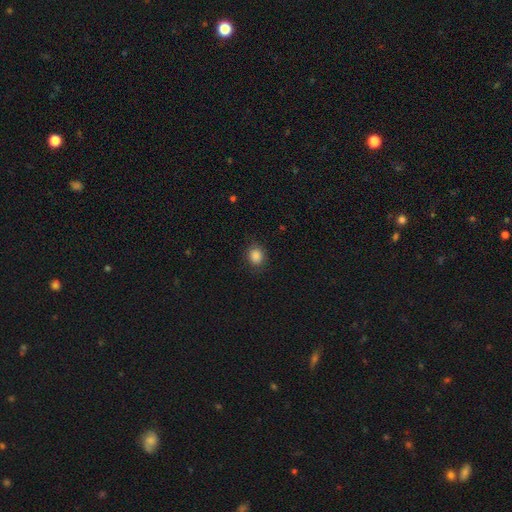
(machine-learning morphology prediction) Smooth or featured? smooth (85%)
How rounded? round (66%)
Merging? none (84%)